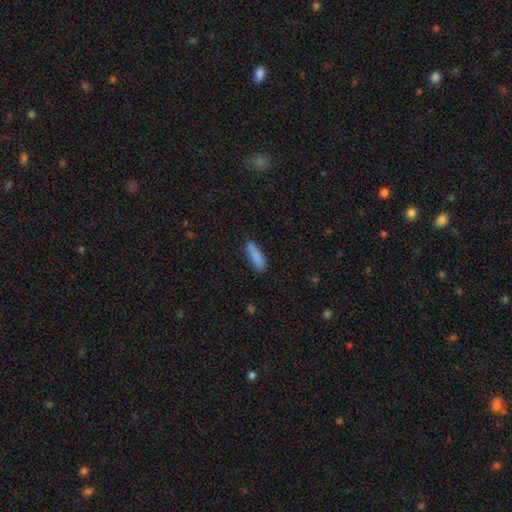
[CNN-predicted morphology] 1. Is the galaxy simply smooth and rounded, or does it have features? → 85% smooth, 8% featured or disk, 7% star or artifact.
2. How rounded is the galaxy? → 55% cigar-shaped, 43% in between, 2% round.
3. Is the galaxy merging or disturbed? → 73% none, 19% minor disturbance, 4% major disturbance, 4% merger.